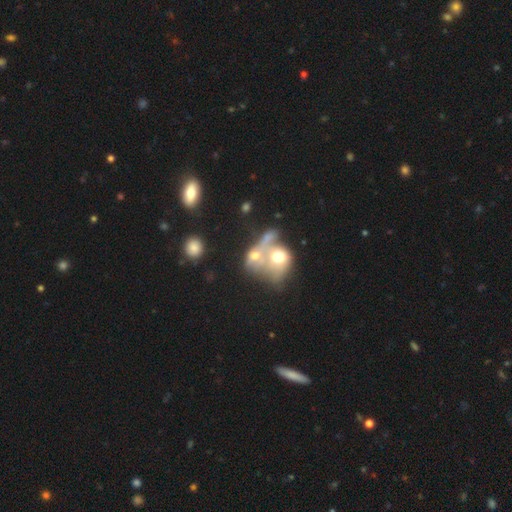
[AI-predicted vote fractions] This is possibly a smooth galaxy (49%). Merging: likely merger (72%).